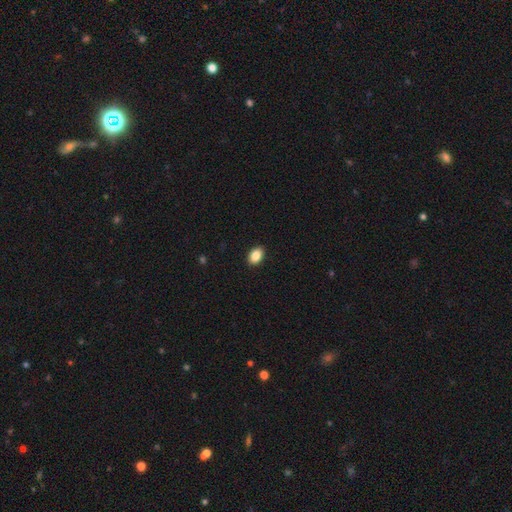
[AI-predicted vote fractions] This is clearly a smooth galaxy (88%). How rounded: clearly in between (85%). Merging: clearly none (91%).